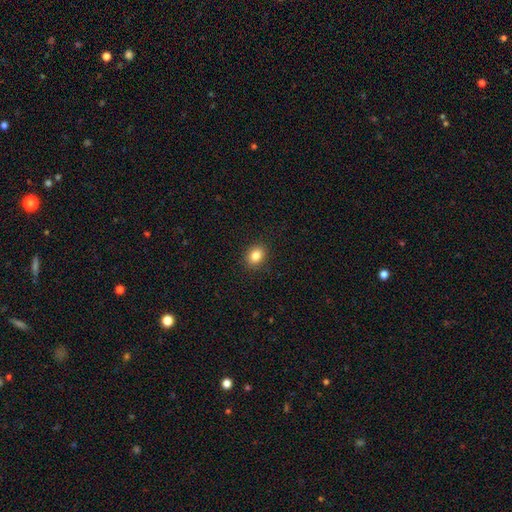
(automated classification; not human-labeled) Smooth or featured: smooth — 84% (star or artifact — 10%)
How rounded: in between — 52% (round — 47%)
Merging: none — 90% (minor disturbance — 7%)